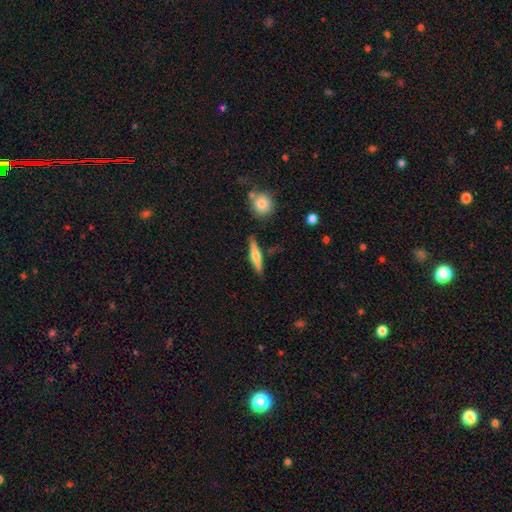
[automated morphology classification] A smooth galaxy with no disk features (51%) that is cigar-shaped (83%). Merging: none (84%).